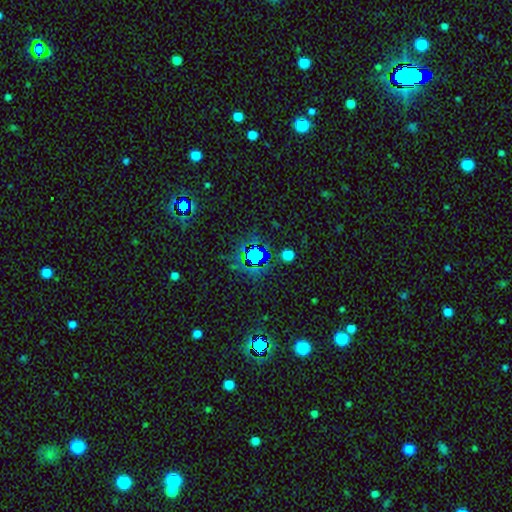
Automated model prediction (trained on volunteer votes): Overall: star or artifact (68%).